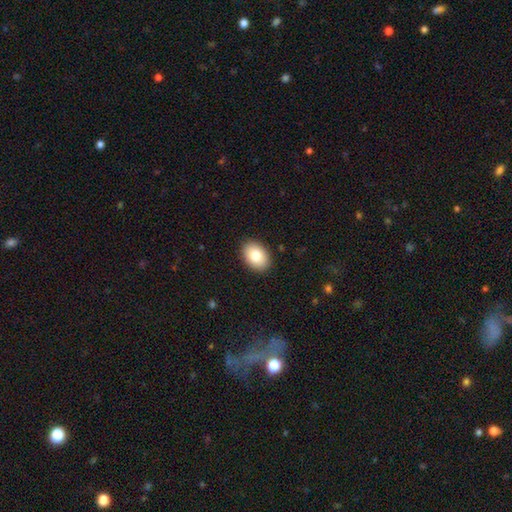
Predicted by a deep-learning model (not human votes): Morphology: type=smooth (83%); roundness=in between (81%); merging=none (90%).